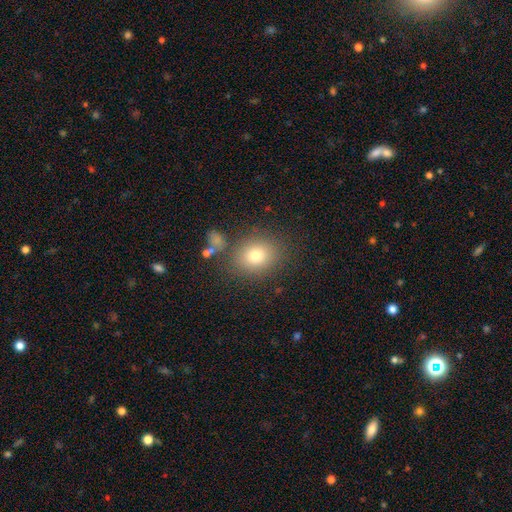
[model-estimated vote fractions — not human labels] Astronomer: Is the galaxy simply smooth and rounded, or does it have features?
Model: smooth — 78%.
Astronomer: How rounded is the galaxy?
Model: round — 56% (runner-up: in between, 43%).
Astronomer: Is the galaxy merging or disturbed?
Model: none — 80%.